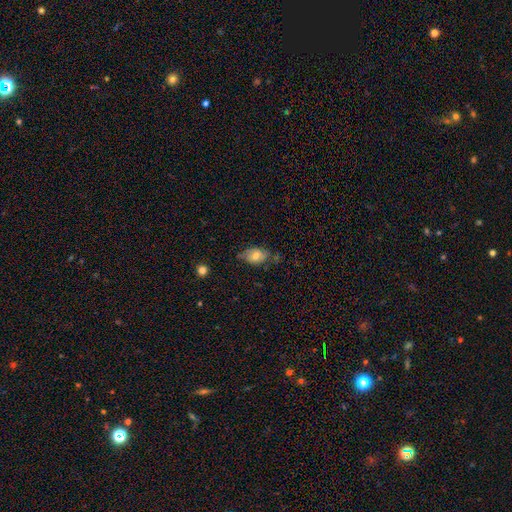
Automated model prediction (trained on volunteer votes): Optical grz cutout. It shows a smooth galaxy with no disk features (60%) that is in between round and cigar-shaped (85%). Merging: none (55%).